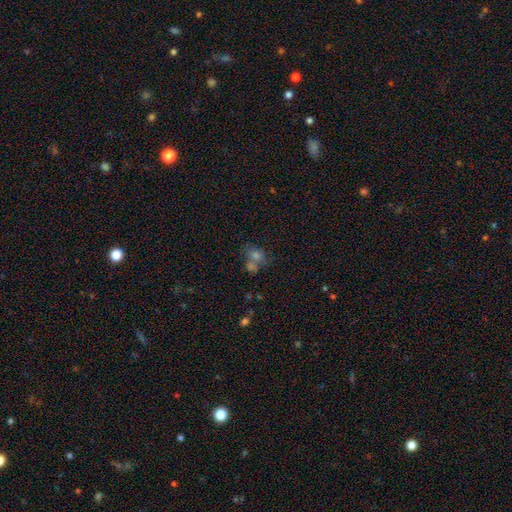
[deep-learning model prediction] A smooth galaxy with no disk features (60%) that is round (60%). Merging: none (43%).